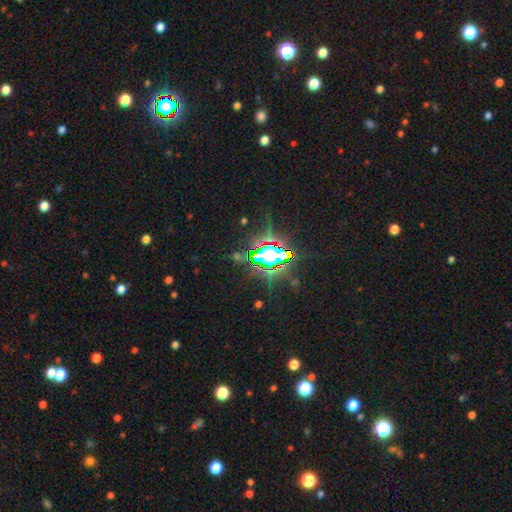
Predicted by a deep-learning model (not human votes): A star or artifact, not a galaxy (81%).